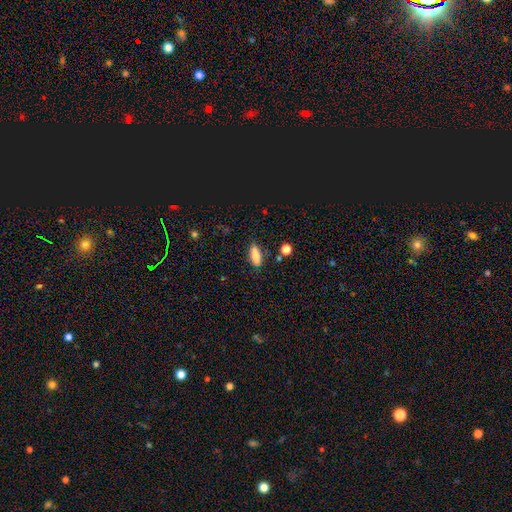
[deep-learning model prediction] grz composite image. It shows a smooth galaxy with no disk features (81%) that is in between round and cigar-shaped (60%). Merging: none (81%).